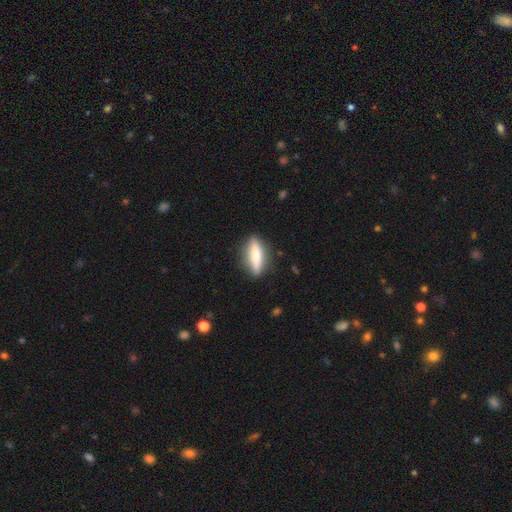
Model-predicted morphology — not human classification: This is possibly a smooth galaxy (57%). How rounded: likely cigar-shaped (60%). Merging: clearly none (86%).